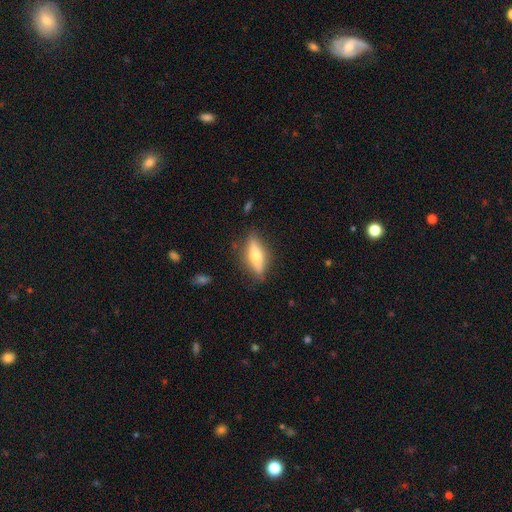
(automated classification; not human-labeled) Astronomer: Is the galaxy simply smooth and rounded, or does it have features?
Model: featured or disk — 48% (runner-up: smooth, 46%).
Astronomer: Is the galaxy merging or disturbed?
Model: none — 84%.